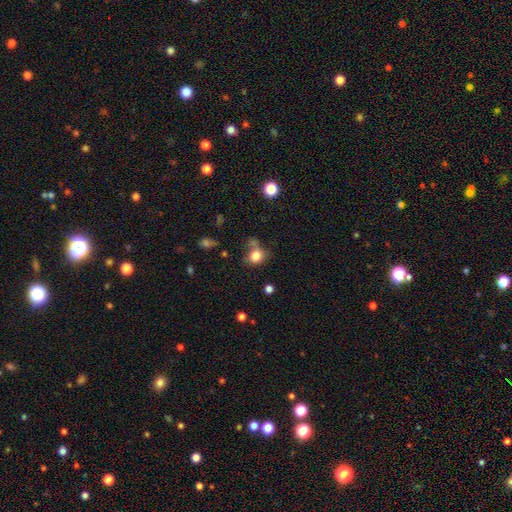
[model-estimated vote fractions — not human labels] This appears to be a smooth galaxy with no disk features (81%) that is round (65%). Merging: none (56%).